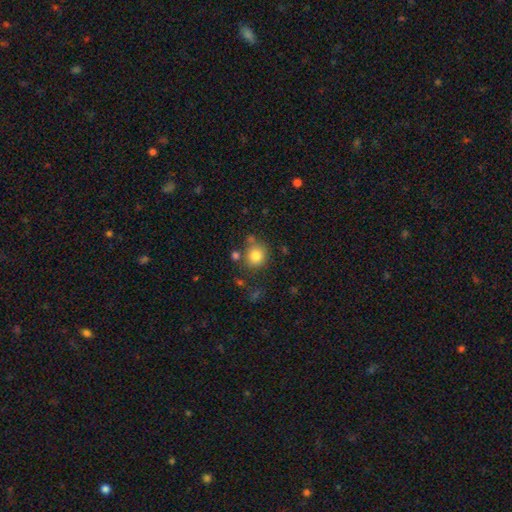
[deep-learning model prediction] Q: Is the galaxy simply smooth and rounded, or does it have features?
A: smooth — 80%.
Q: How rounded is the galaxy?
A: round — 83%.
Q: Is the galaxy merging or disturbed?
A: none — 73%.